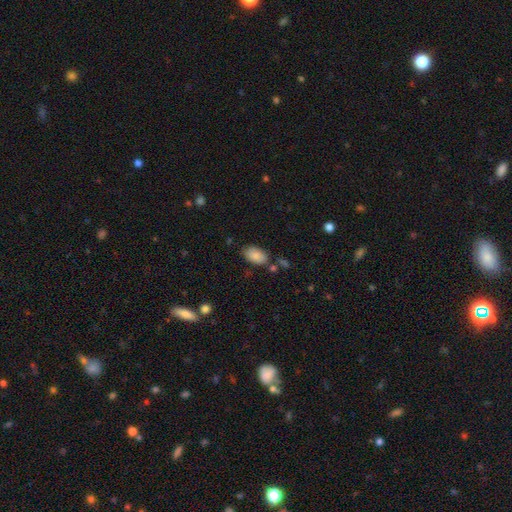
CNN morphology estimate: Smooth or featured?
  - smooth: 84% *
  - featured or disk: 9%
  - star or artifact: 7%
How rounded?
  - in between: 93% *
  - round: 5%
  - cigar-shaped: 1%
Merging?
  - none: 75% *
  - minor disturbance: 16%
  - merger: 6%
  - major disturbance: 4%